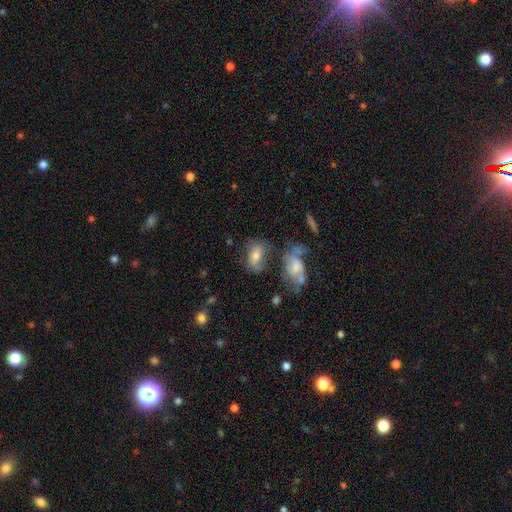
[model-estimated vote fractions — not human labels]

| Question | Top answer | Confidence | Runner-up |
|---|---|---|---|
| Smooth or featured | smooth | 63% | featured or disk (26%) |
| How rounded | in between | 83% | round (14%) |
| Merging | none | 52% | minor disturbance (22%) |